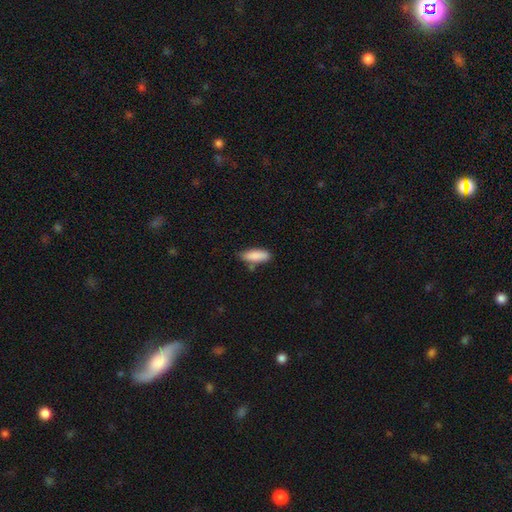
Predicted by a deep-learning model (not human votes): This appears to be a smooth galaxy with no disk features (88%) that is in between round and cigar-shaped (68%). Merging: none (70%).